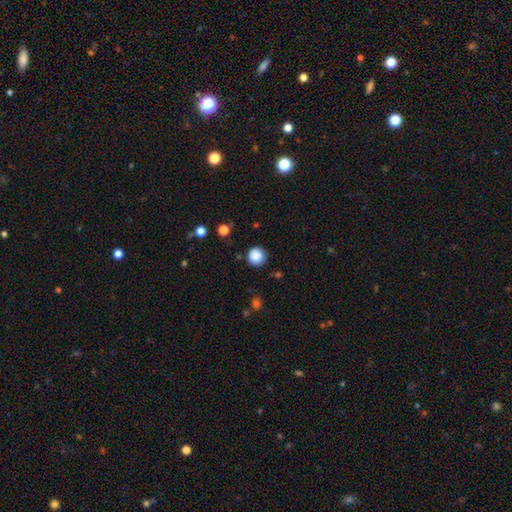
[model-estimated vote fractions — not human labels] Overall: smooth (87%). How rounded: round (94%). Merging: none (86%).